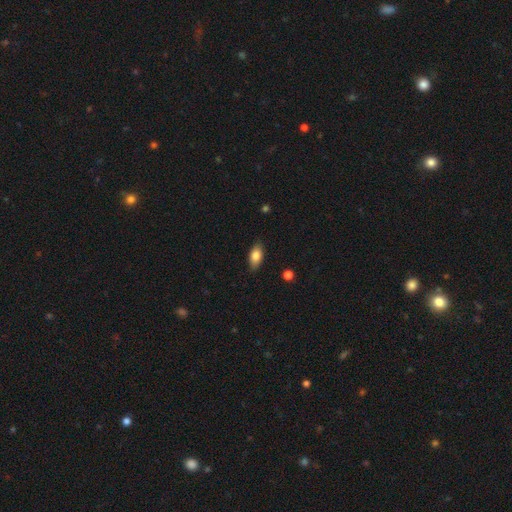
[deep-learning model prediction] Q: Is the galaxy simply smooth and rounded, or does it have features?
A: smooth — 81%.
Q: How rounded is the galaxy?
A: in between — 88%.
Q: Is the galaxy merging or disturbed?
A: none — 85%.